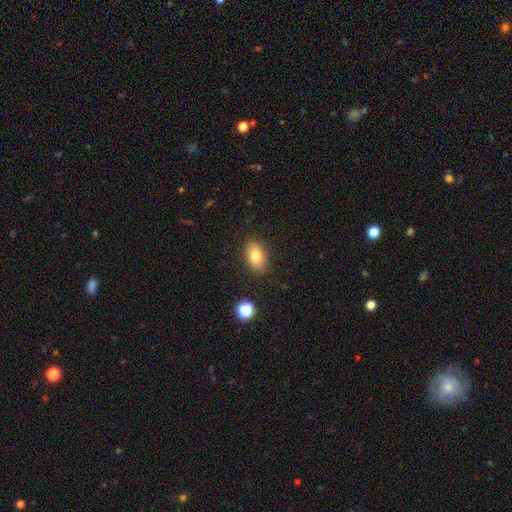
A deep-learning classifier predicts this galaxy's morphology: Smooth or featured? smooth (78%)
How rounded? in between (87%)
Merging? none (86%)